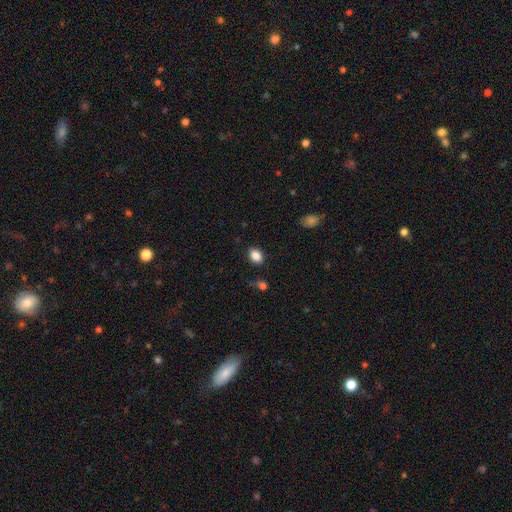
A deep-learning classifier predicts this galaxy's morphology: Overall: smooth (87%). How rounded: in between (73%). Merging: none (85%).